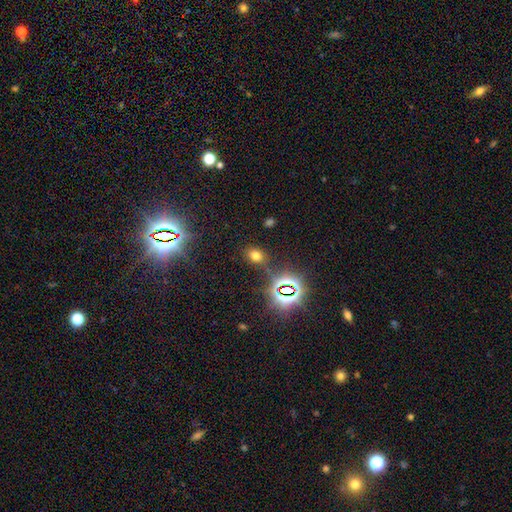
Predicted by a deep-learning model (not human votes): Overall: smooth (60%; star or artifact 32%). How rounded: in between (63%; round 35%). Merging: none (81%).